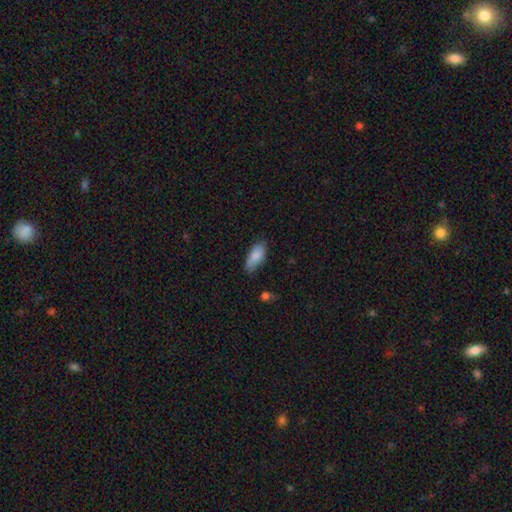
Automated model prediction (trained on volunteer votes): Q: Smooth or featured?
A: smooth (86%); runner-up: featured or disk (7%)
Q: How rounded?
A: in between (86%); runner-up: cigar-shaped (12%)
Q: Merging?
A: none (67%); runner-up: minor disturbance (26%)